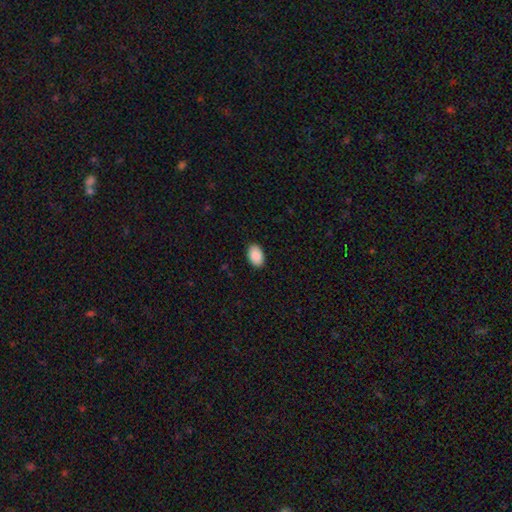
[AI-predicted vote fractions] Smooth or featured: smooth — 90% (star or artifact — 6%)
How rounded: in between — 91% (round — 8%)
Merging: none — 89% (minor disturbance — 8%)